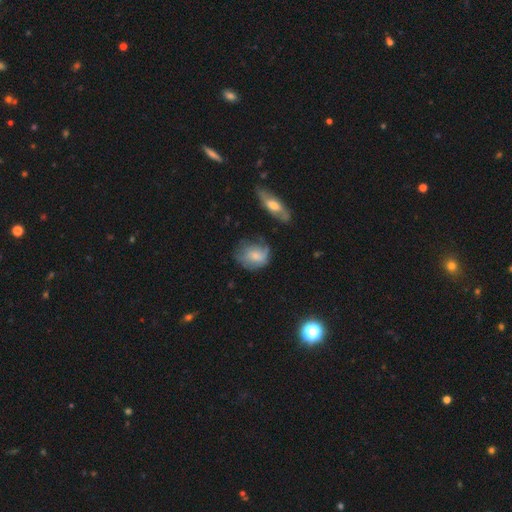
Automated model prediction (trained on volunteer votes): Q: Smooth or featured?
A: smooth (59%); runner-up: featured or disk (32%)
Q: How rounded?
A: in between (52%); runner-up: round (47%)
Q: Merging?
A: none (51%); runner-up: minor disturbance (29%)